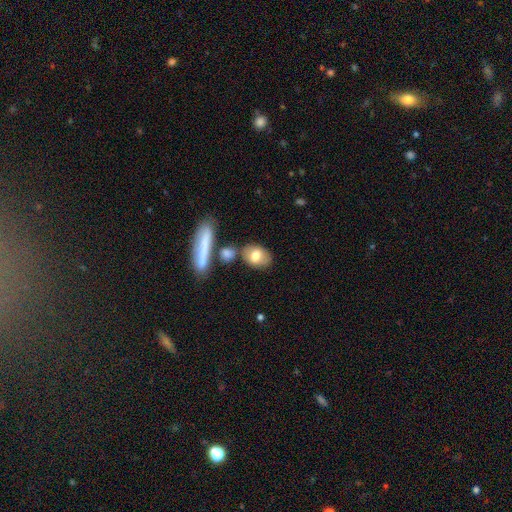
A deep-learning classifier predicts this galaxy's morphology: Q: Smooth or featured?
A: smooth (74%); runner-up: featured or disk (19%)
Q: How rounded?
A: in between (75%); runner-up: round (21%)
Q: Merging?
A: none (71%); runner-up: minor disturbance (13%)